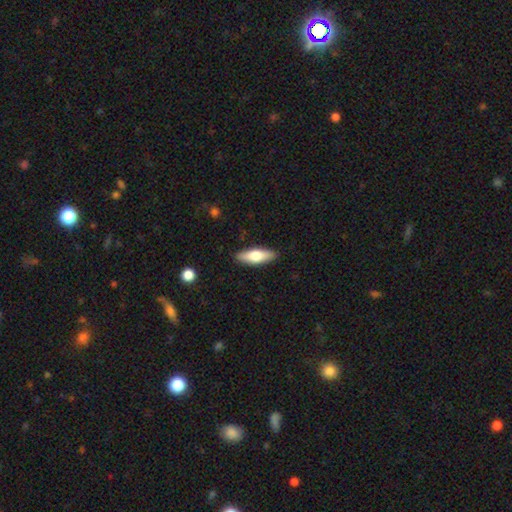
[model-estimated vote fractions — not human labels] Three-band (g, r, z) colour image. It shows a smooth galaxy with no disk features (65%) that is in between round and cigar-shaped (54%). Merging: none (88%).